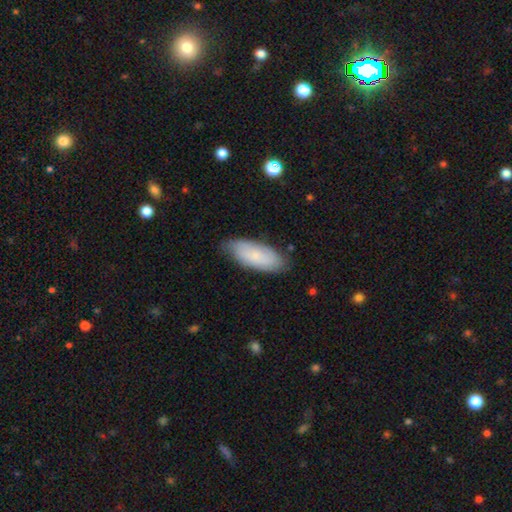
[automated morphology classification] smooth 69%, featured or disk 25%, star or artifact 6%. Down the decision tree: how rounded — in between (84%); merging — none (76%).